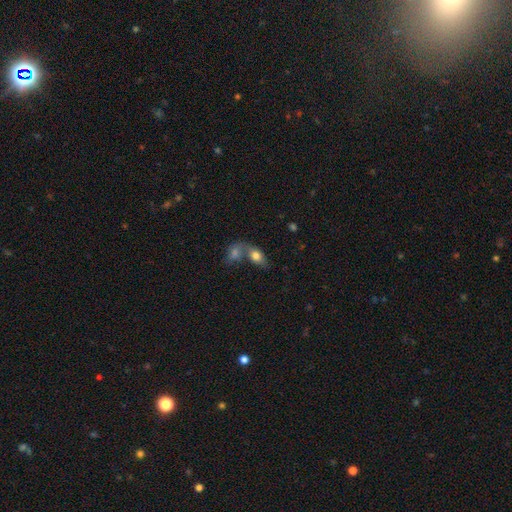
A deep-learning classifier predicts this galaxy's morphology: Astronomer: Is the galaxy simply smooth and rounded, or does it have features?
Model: smooth — 77%.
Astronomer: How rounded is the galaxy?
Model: in between — 84%.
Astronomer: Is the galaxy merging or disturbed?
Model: merger — 58%.